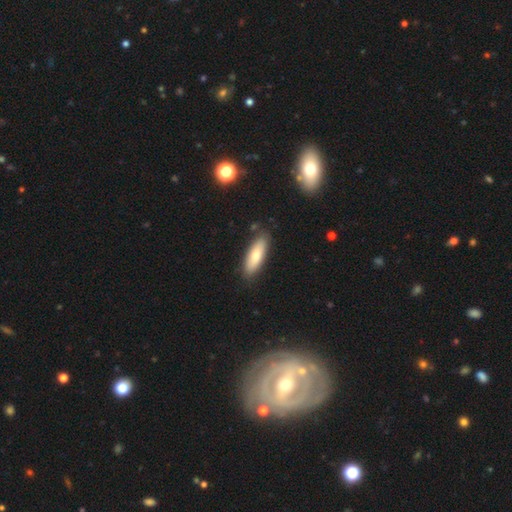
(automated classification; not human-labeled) Q: Smooth or featured?
A: smooth (77%); runner-up: featured or disk (17%)
Q: How rounded?
A: in between (55%); runner-up: cigar-shaped (44%)
Q: Merging?
A: none (83%); runner-up: minor disturbance (12%)